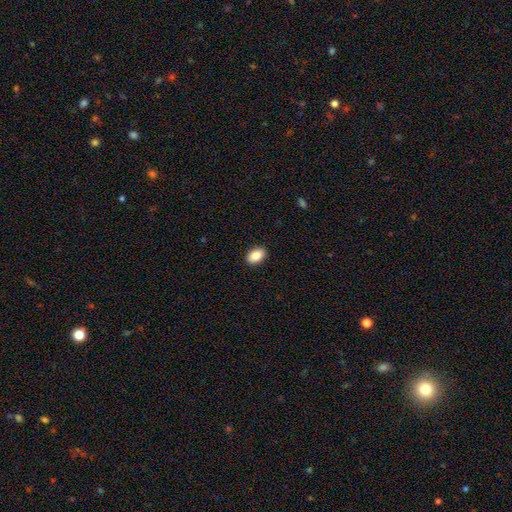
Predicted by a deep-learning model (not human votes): Smooth or featured: smooth — 88% (star or artifact — 7%)
How rounded: in between — 90% (round — 9%)
Merging: none — 91% (minor disturbance — 6%)